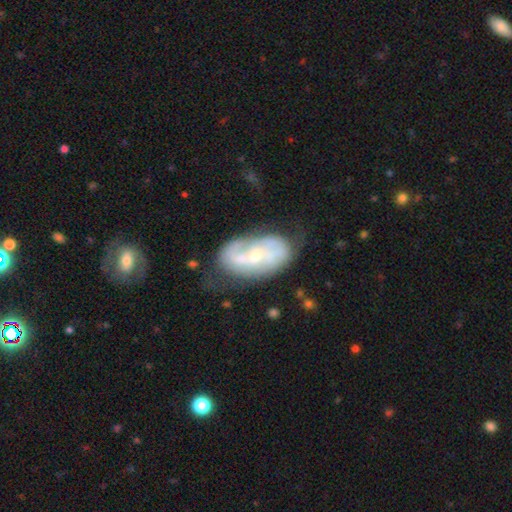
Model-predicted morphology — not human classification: Smooth or featured: featured or disk — 67% (smooth — 25%)
Edge-on disk: no — 95% (yes — 5%)
Bar: no — 60% (weak — 30%)
Spiral arms: yes — 73% (no — 27%)
Bulge size: small — 57% (moderate — 36%)
Merging: none — 49% (minor disturbance — 27%)